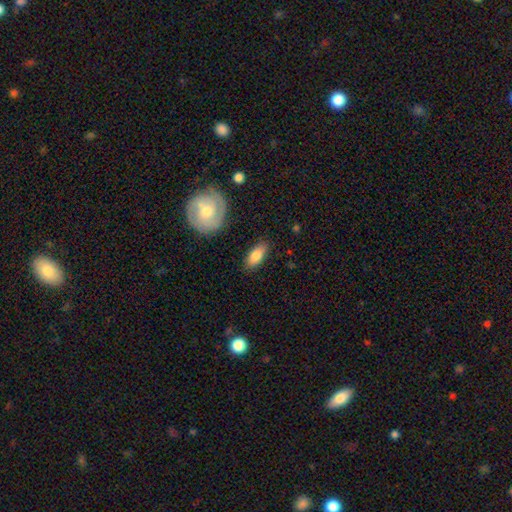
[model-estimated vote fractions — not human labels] Morphology: type=smooth (81%); roundness=in between (85%); merging=none (84%).